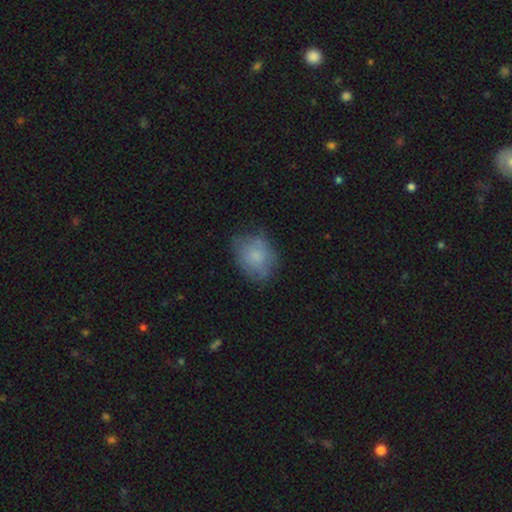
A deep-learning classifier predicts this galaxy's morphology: A smooth galaxy with no disk features (66%) that is in between round and cigar-shaped (58%).

Vote fractions:
- Smooth or featured? smooth: 66% / featured or disk: 26% / star or artifact: 8%
- How rounded? in between: 58% / round: 41% / cigar-shaped: 1%
- Merging? none: 63% / minor disturbance: 26% / major disturbance: 10% / merger: 2%